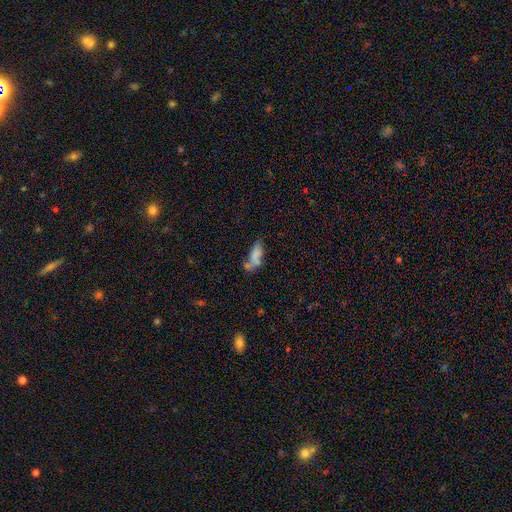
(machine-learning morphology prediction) This is likely a smooth galaxy (70%). How rounded: likely in between (71%). Merging: marginally none (35%).